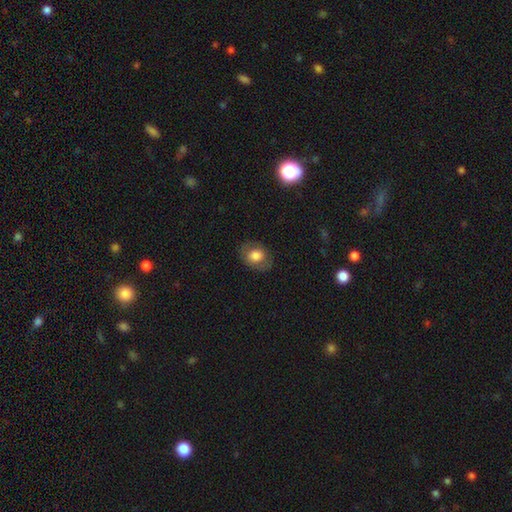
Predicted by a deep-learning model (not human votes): Smooth or featured? smooth (72%)
How rounded? in between (61%)
Merging? none (81%)